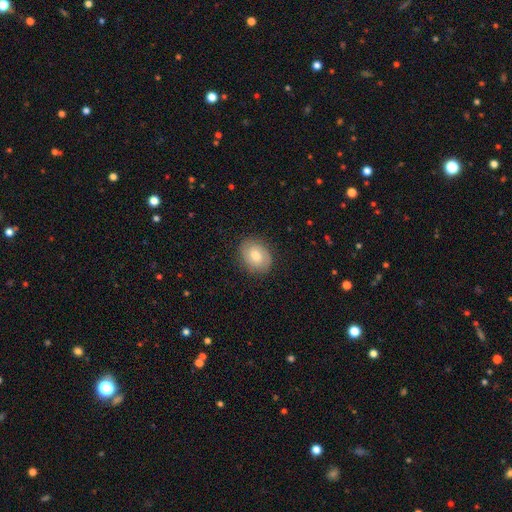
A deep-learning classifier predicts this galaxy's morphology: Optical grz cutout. It shows a smooth galaxy with no disk features (64%) that is in between round and cigar-shaped (61%). Merging: none (85%).